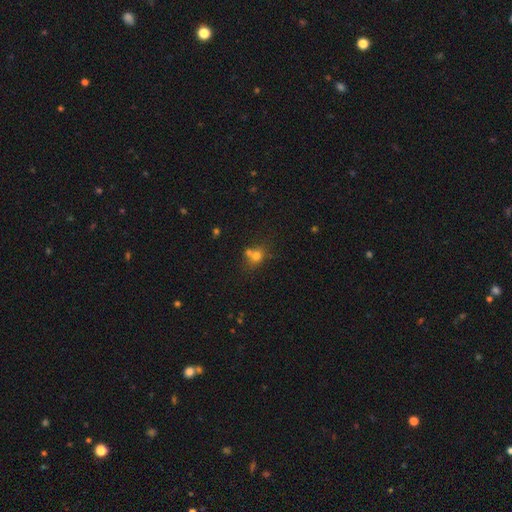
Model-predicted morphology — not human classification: Smooth or featured? Predicted: smooth (p=0.70). How rounded? Predicted: round (p=0.72). Merging? Predicted: none (p=0.48).